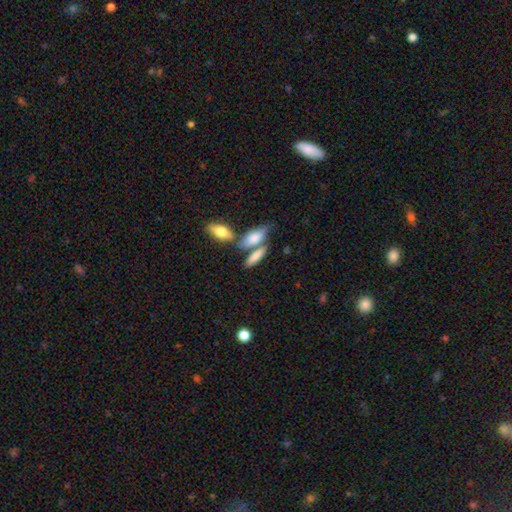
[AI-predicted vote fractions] This appears to be a smooth galaxy with no disk features (78%) that is in between round and cigar-shaped (63%). Merging: none (47%).